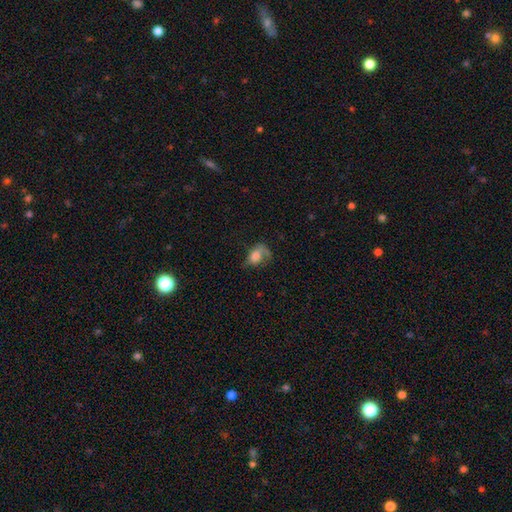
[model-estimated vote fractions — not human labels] This appears to be a smooth galaxy with no disk features (59%) that is in between round and cigar-shaped (74%). Merging: major disturbance (39%).